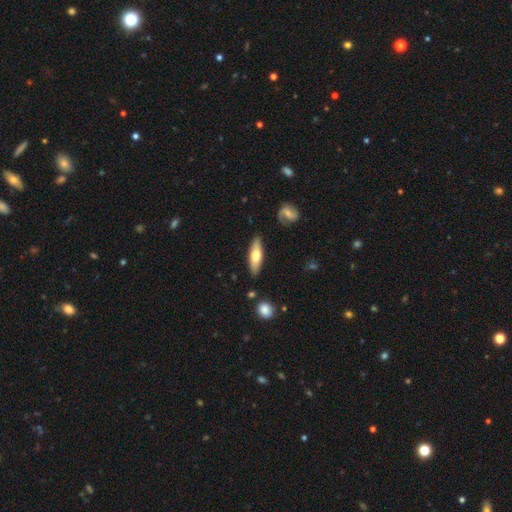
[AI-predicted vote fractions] Smooth or featured? Predicted: smooth (p=0.58). How rounded? Predicted: cigar-shaped (p=0.52). Merging? Predicted: none (p=0.84).